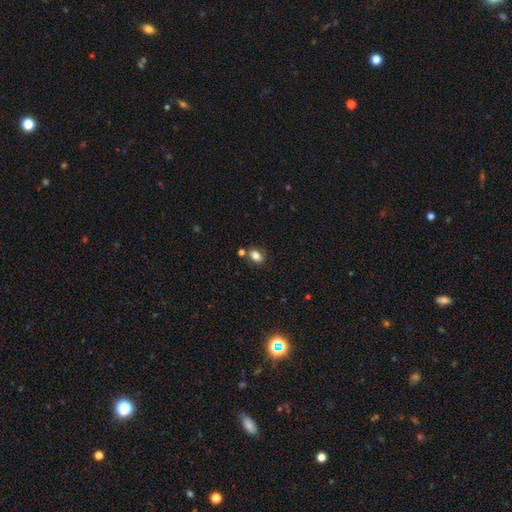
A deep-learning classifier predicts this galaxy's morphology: Smooth or featured?
  - smooth: 81% *
  - star or artifact: 11%
  - featured or disk: 8%
How rounded?
  - in between: 76% *
  - round: 23%
  - cigar-shaped: 2%
Merging?
  - none: 76% *
  - minor disturbance: 12%
  - merger: 10%
  - major disturbance: 3%